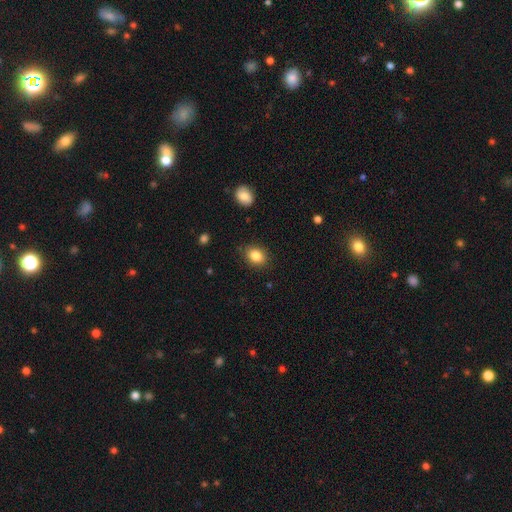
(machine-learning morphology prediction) Smooth or featured? smooth (85%)
How rounded? in between (65%)
Merging? none (84%)